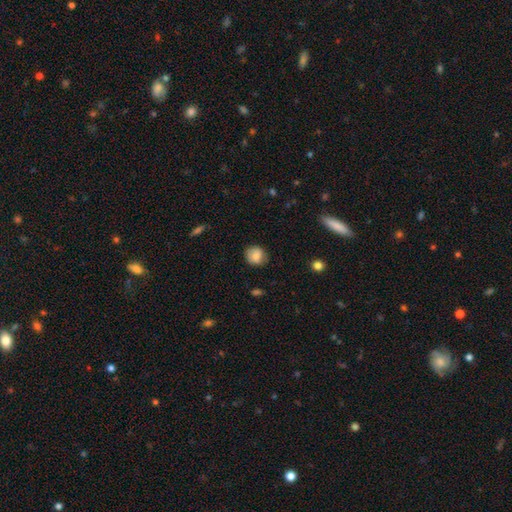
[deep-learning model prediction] Morphology: type=smooth (81%); roundness=round (79%); merging=none (80%).